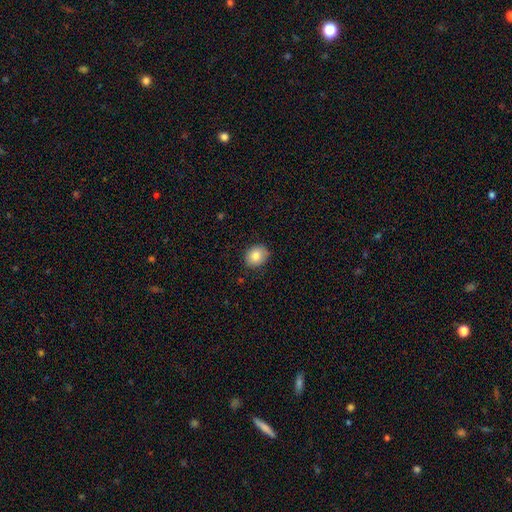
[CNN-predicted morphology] The model was most divided on "how rounded": round: 61%, in between: 38%, cigar-shaped: 1%. More confident: merging — none (84%); smooth or featured — smooth (82%).